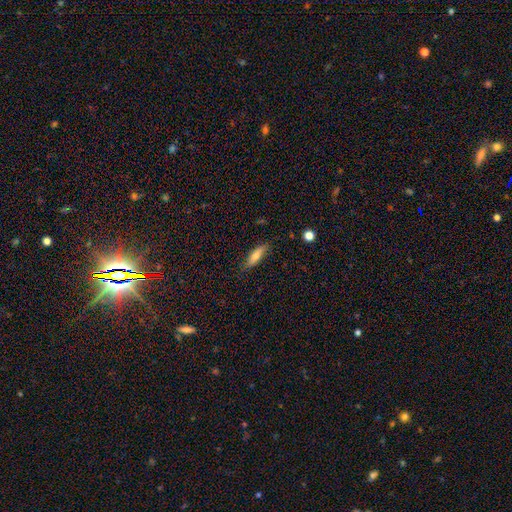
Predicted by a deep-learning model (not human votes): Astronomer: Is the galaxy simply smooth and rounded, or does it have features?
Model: smooth — 70%.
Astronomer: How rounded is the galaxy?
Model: cigar-shaped — 61% (runner-up: in between, 37%).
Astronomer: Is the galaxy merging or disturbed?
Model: none — 82%.